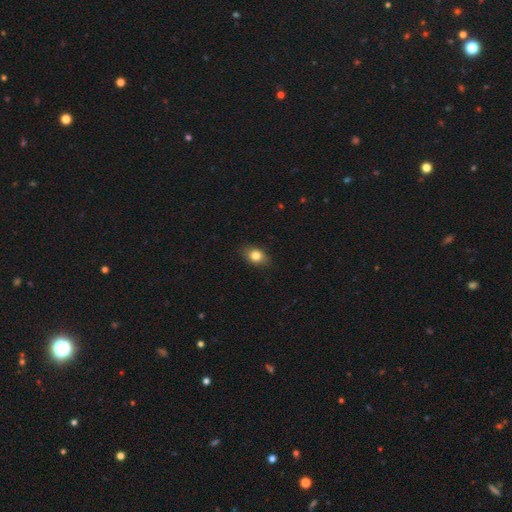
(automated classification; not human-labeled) Smooth or featured? Predicted: smooth (p=0.81). How rounded? Predicted: in between (p=0.72). Merging? Predicted: none (p=0.83).